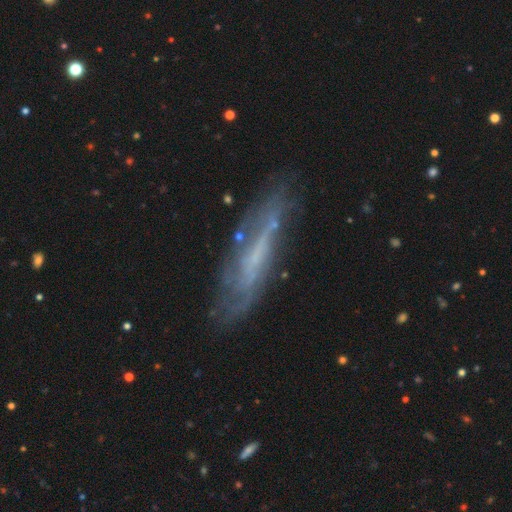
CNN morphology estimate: Overall: featured or disk (63%; smooth 28%). Edge-on disk: no (53%; yes 47%). Merging: none (67%).